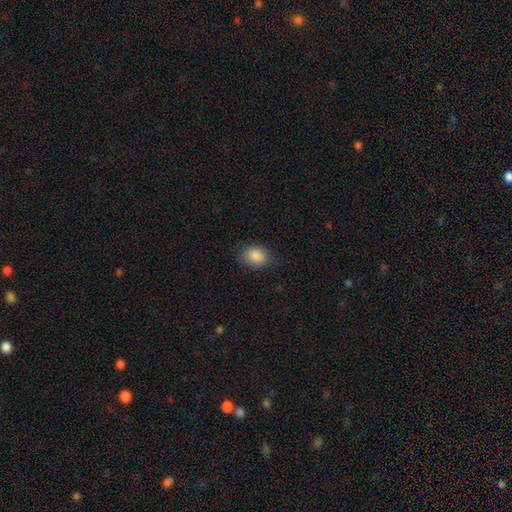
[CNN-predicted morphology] smooth-or-featured: smooth: 87% | star or artifact: 8% | featured or disk: 5%
  how-rounded: in between: 66% | round: 33% | cigar-shaped: 1%
  merging: none: 84% | minor disturbance: 12% | major disturbance: 3% | merger: 1%